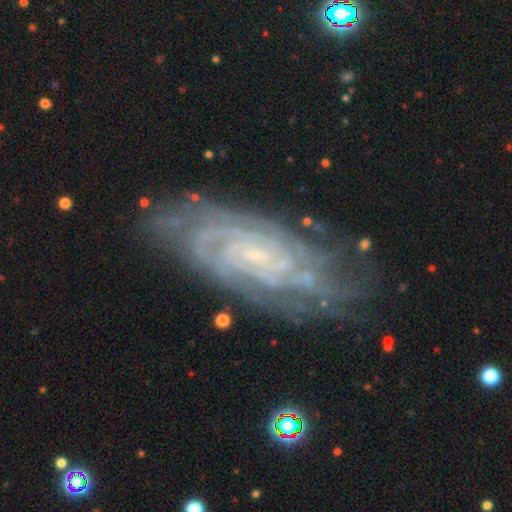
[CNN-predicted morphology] featured or disk 85%, smooth 8%, star or artifact 7%. Down the decision tree: edge-on disk — no (93%); bar — no (60%); spiral arms — yes (97%); spiral arm count — can't tell (37%); spiral winding — tight (75%); bulge size — small (75%); merging — none (76%).